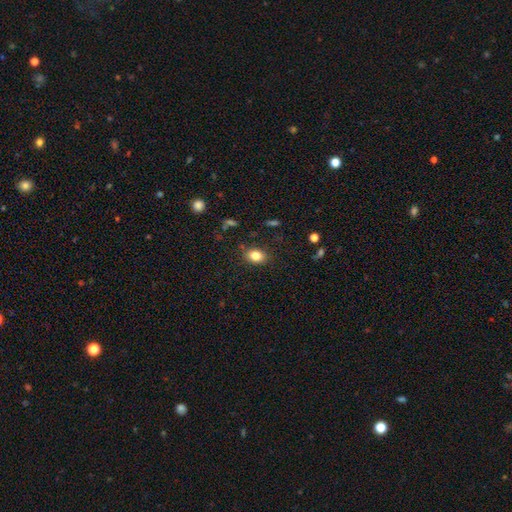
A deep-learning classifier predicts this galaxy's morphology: A smooth galaxy with no disk features (82%) that is in between round and cigar-shaped (70%).

Vote fractions:
- Smooth or featured? smooth: 82% / star or artifact: 10% / featured or disk: 8%
- How rounded? in between: 70% / round: 29% / cigar-shaped: 1%
- Merging? none: 85% / minor disturbance: 10% / major disturbance: 3% / merger: 1%